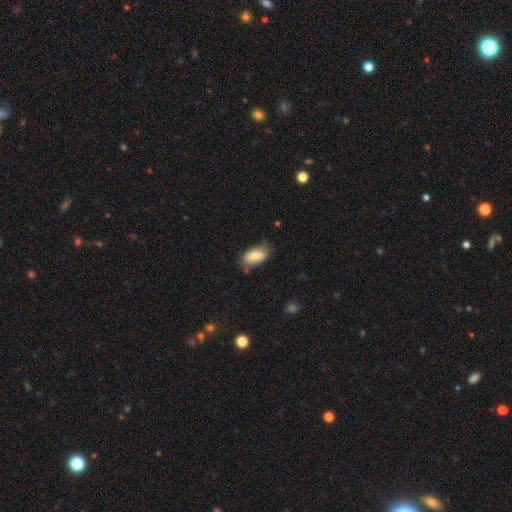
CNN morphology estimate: Q: Smooth or featured?
A: smooth (76%); runner-up: featured or disk (17%)
Q: How rounded?
A: in between (92%); runner-up: cigar-shaped (5%)
Q: Merging?
A: none (71%); runner-up: minor disturbance (22%)